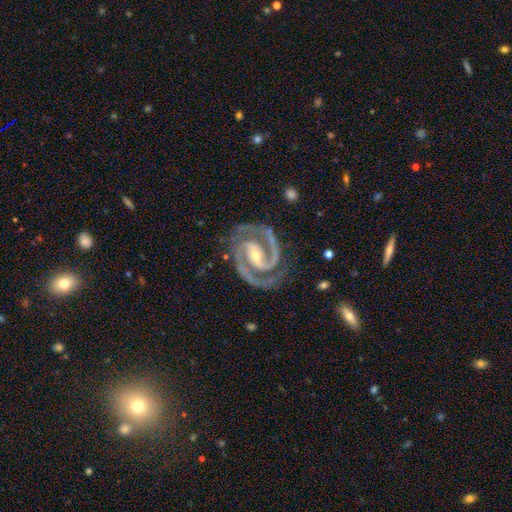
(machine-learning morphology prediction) Smooth or featured?
  - featured or disk: 95% *
  - star or artifact: 4%
  - smooth: 2%
Edge-on disk?
  - no: 98% *
  - yes: 2%
Bar?
  - strong: 42% *
  - weak: 32%
  - no: 26%
Spiral arms?
  - yes: 99% *
  - no: 1%
Spiral winding?
  - tight: 49% *
  - medium: 47%
  - loose: 4%
Spiral arm count?
  - 2: 93% *
  - 3: 3%
  - can't tell: 1%
  - 1: 1%
  - 4: 1%
  - more than 4: 1%
Bulge size?
  - small: 59% *
  - moderate: 38%
  - large: 1%
  - none: 1%
  - dominant: 1%
Merging?
  - none: 81% *
  - minor disturbance: 13%
  - major disturbance: 4%
  - merger: 1%